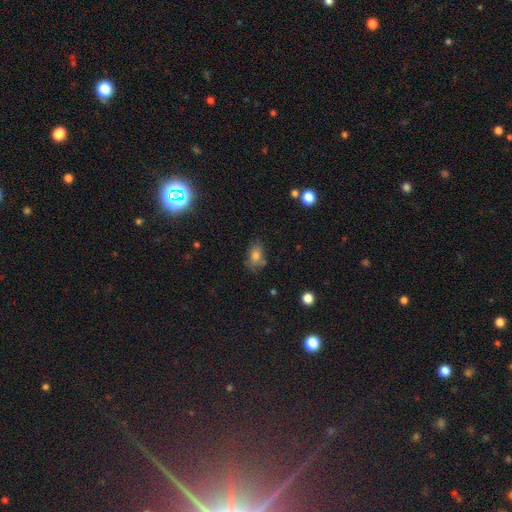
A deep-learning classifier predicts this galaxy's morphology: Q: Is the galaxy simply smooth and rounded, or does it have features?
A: smooth — 76%.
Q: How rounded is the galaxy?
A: in between — 79%.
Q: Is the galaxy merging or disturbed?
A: none — 64%.